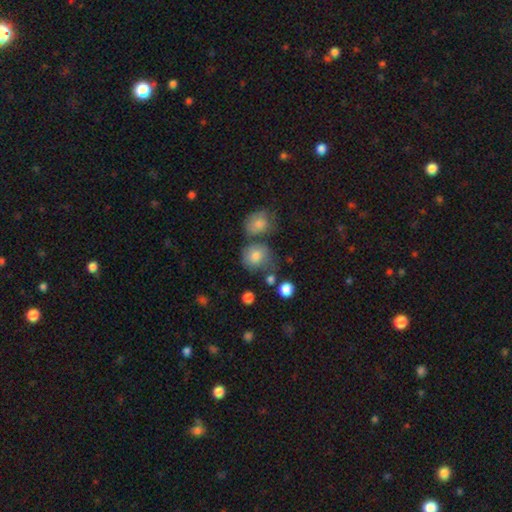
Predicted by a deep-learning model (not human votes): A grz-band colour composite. It shows a smooth galaxy with no disk features (79%) that is round (77%). Merging: none (52%).